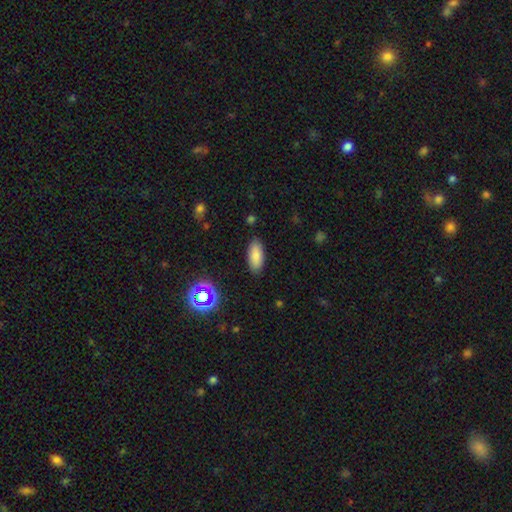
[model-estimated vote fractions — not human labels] Overall: smooth (82%). How rounded: in between (87%). Merging: none (87%).